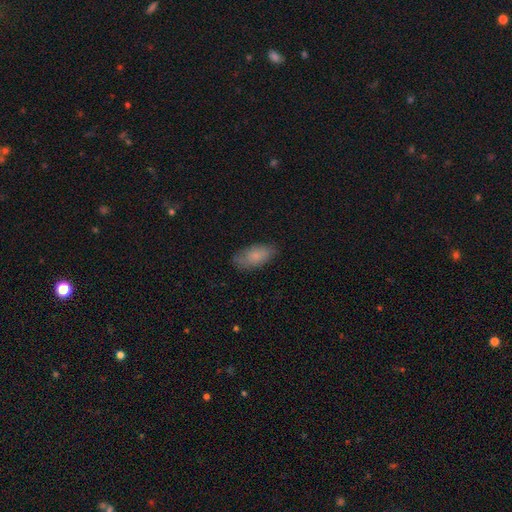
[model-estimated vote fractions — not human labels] Smooth or featured? smooth (79%)
How rounded? in between (90%)
Merging? none (75%)